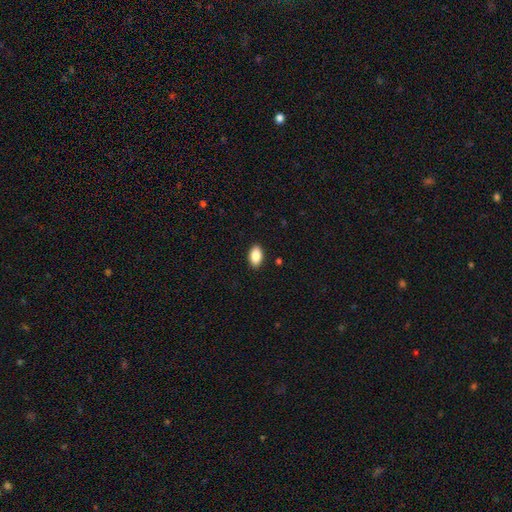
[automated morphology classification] Smooth or featured? smooth (86%)
How rounded? in between (92%)
Merging? none (90%)